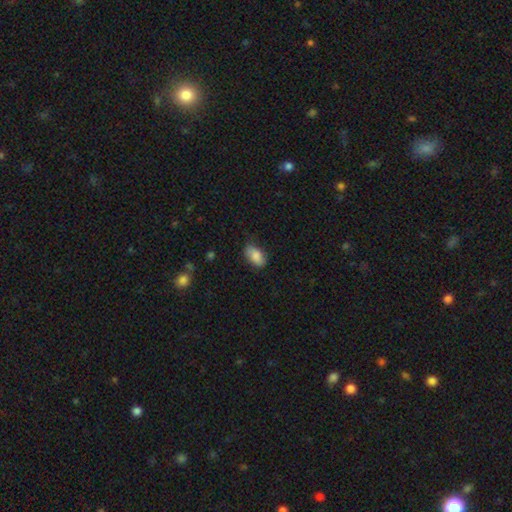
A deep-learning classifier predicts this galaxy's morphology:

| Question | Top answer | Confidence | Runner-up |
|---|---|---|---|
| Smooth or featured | smooth | 84% | featured or disk (9%) |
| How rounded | in between | 91% | round (6%) |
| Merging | none | 73% | minor disturbance (21%) |